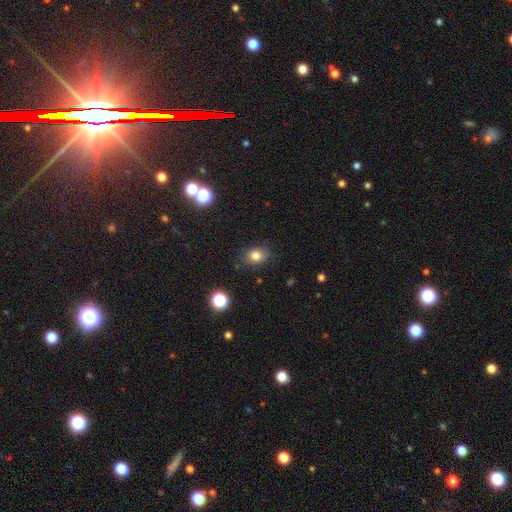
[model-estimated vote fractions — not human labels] smooth_or_featured: smooth (p=0.79) [alt: star or artifact p=0.12]
how_rounded: in between (p=0.62) [alt: round p=0.37]
merging: none (p=0.82) [alt: minor disturbance p=0.13]